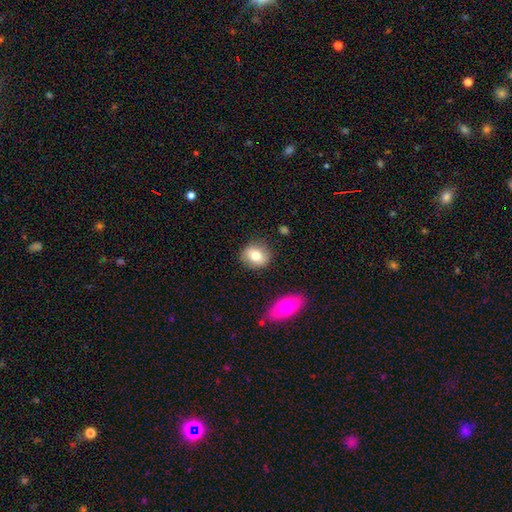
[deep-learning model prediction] smooth-or-featured: smooth: 74% | featured or disk: 18% | star or artifact: 8%
  how-rounded: round: 67% | in between: 31% | cigar-shaped: 2%
  merging: none: 83% | minor disturbance: 11% | merger: 3% | major disturbance: 3%